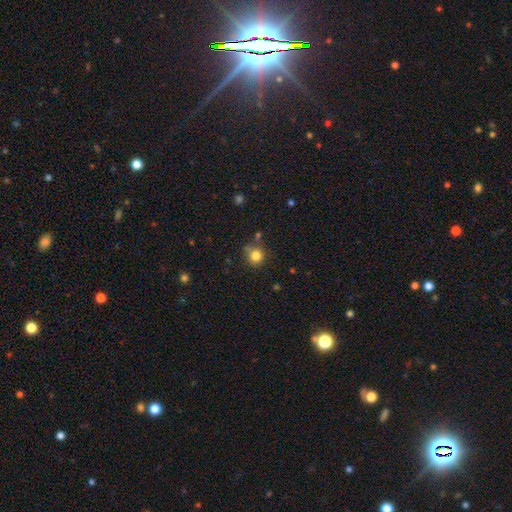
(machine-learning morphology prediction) Smooth or featured? smooth (81%)
How rounded? round (89%)
Merging? none (71%)